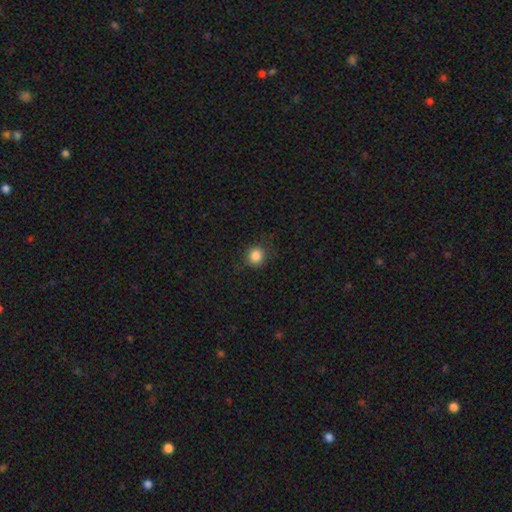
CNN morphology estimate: smooth_or_featured: smooth (p=0.86) [alt: star or artifact p=0.11]
how_rounded: round (p=0.89) [alt: in between p=0.10]
merging: none (p=0.86) [alt: minor disturbance p=0.10]